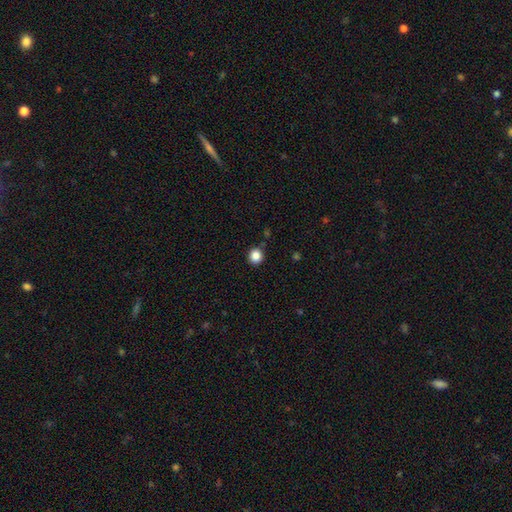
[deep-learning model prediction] Smooth or featured? Predicted: smooth (p=0.86). How rounded? Predicted: round (p=0.88). Merging? Predicted: none (p=0.89).